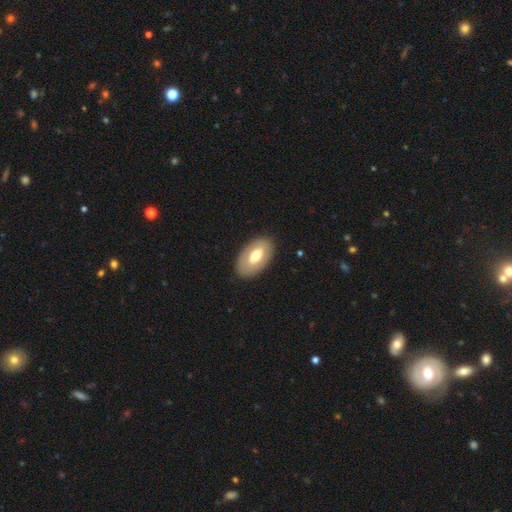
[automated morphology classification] This is possibly a smooth galaxy (58%). How rounded: clearly in between (93%). Merging: clearly none (86%).